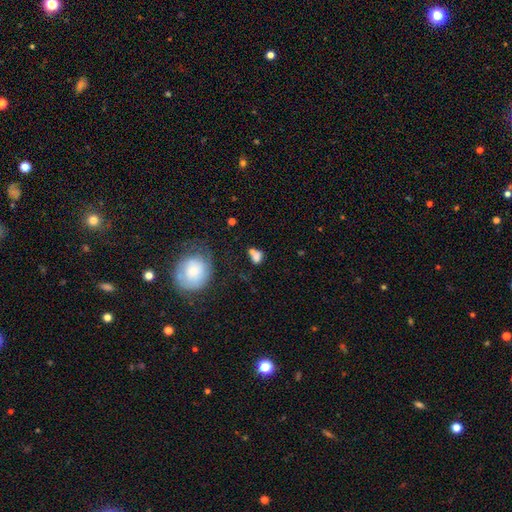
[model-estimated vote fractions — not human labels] Smooth or featured? smooth (73%)
How rounded? in between (53%)
Merging? merger (42%)